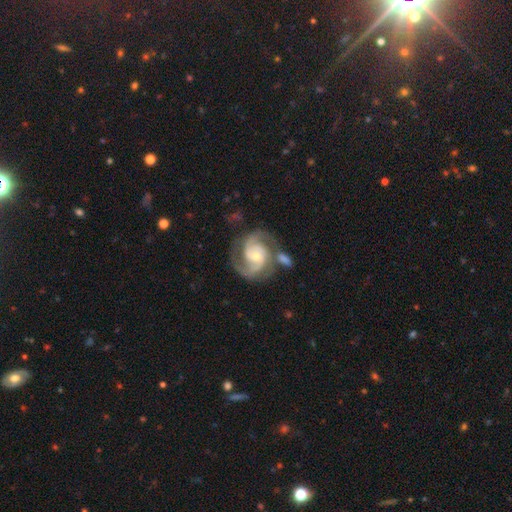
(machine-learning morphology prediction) smooth_or_featured: featured or disk (p=0.89) [alt: smooth p=0.06]
disk_edge_on: no (p=0.98) [alt: yes p=0.02]
bar: no (p=0.60) [alt: weak p=0.32]
has_spiral_arms: yes (p=0.98) [alt: no p=0.02]
spiral_winding: medium (p=0.49) [alt: tight p=0.40]
spiral_arm_count: 2 (p=0.74) [alt: 3 p=0.14]
bulge_size: small (p=0.53) [alt: moderate p=0.42]
merging: none (p=0.59) [alt: minor disturbance p=0.17]